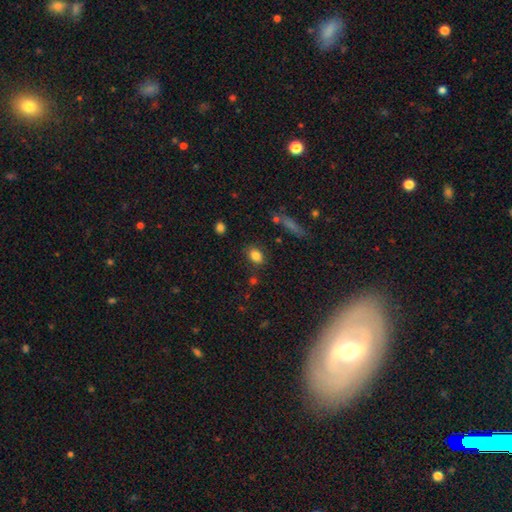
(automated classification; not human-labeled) Smooth or featured? Predicted: smooth (p=0.83). How rounded? Predicted: in between (p=0.69). Merging? Predicted: none (p=0.81).